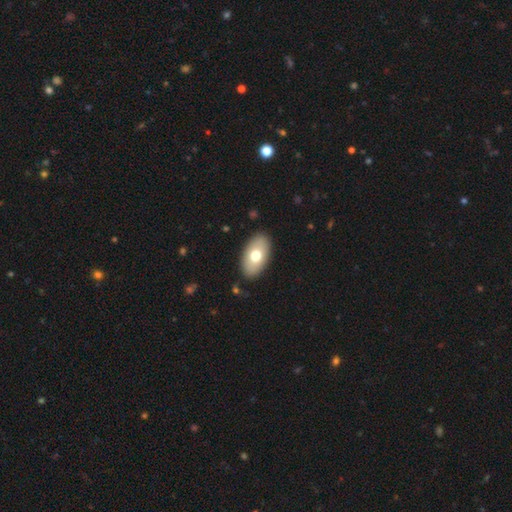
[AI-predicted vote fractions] A smooth galaxy with no disk features (70%) that is in between round and cigar-shaped (94%).

Vote fractions:
- Smooth or featured? smooth: 70% / featured or disk: 24% / star or artifact: 6%
- How rounded? in between: 94% / round: 4% / cigar-shaped: 2%
- Merging? none: 88% / minor disturbance: 9% / major disturbance: 2% / merger: 1%